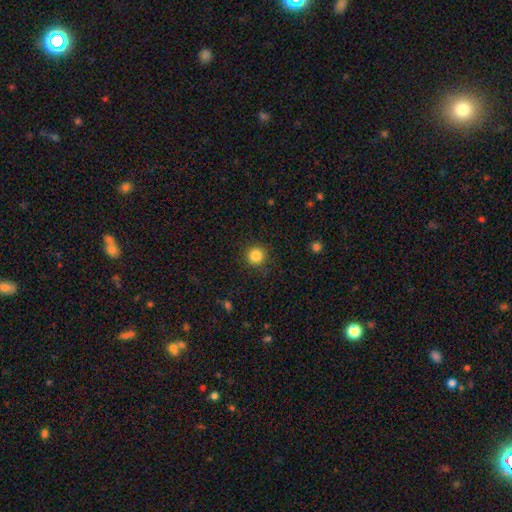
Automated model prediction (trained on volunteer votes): A smooth galaxy with no disk features (85%) that is round (95%). Merging: none (91%).